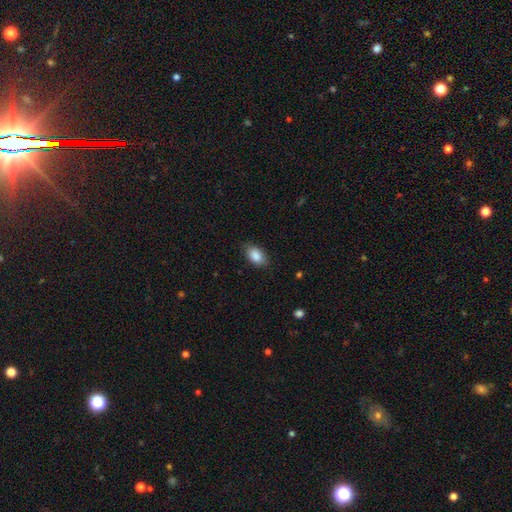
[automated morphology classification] Smooth or featured? smooth (88%)
How rounded? in between (92%)
Merging? none (83%)